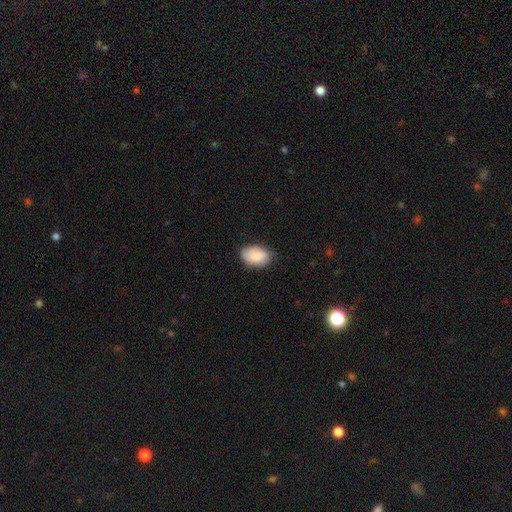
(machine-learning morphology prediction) Smooth or featured? Predicted: smooth (p=0.88). How rounded? Predicted: in between (p=0.88). Merging? Predicted: none (p=0.75).